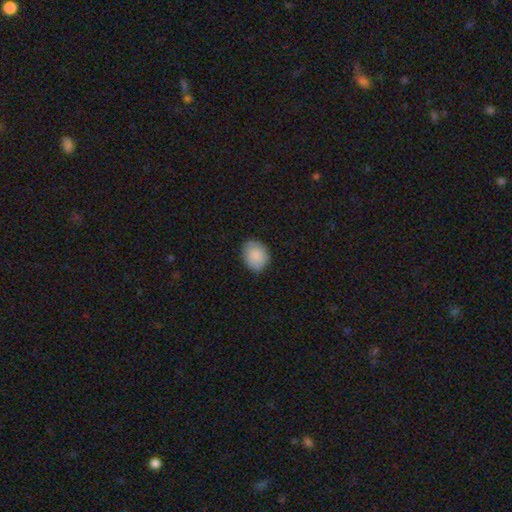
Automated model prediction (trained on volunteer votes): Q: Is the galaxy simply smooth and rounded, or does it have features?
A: smooth — 88%.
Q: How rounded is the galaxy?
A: round — 54%.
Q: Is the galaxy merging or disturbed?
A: none — 79%.